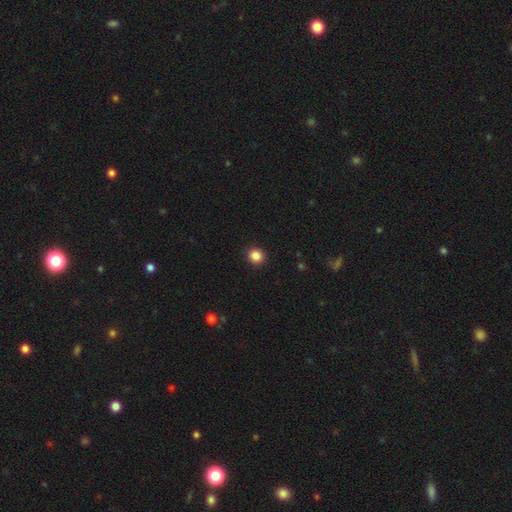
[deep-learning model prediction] A smooth galaxy with no disk features (86%) that is round (92%).

Vote fractions:
- Smooth or featured? smooth: 86% / star or artifact: 11% / featured or disk: 3%
- How rounded? round: 92% / in between: 7% / cigar-shaped: 1%
- Merging? none: 93% / minor disturbance: 5% / major disturbance: 2% / merger: 1%